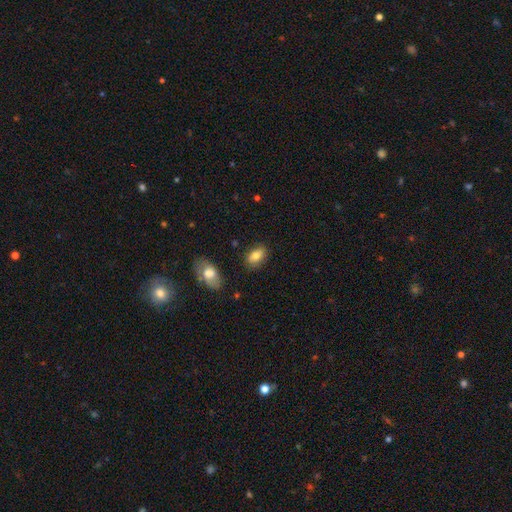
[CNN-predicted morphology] Smooth or featured: smooth — 81% (featured or disk — 11%)
How rounded: in between — 89% (round — 8%)
Merging: none — 82% (minor disturbance — 13%)